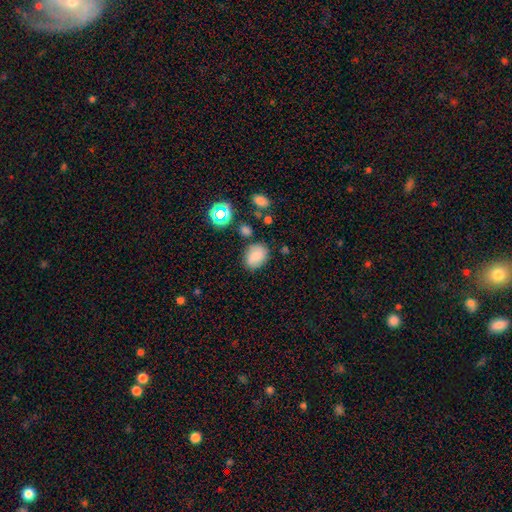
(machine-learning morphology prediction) type=smooth (77%); roundness=in between (66%); merging=none (74%).